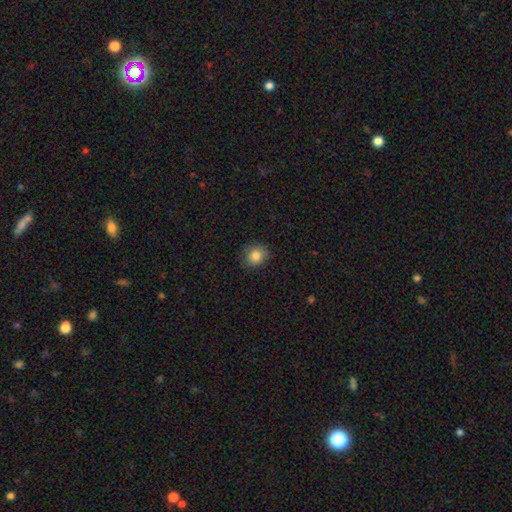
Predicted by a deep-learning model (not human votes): The model was most divided on "how rounded": round: 74%, in between: 25%, cigar-shaped: 1%. More confident: merging — none (85%); smooth or featured — smooth (84%).